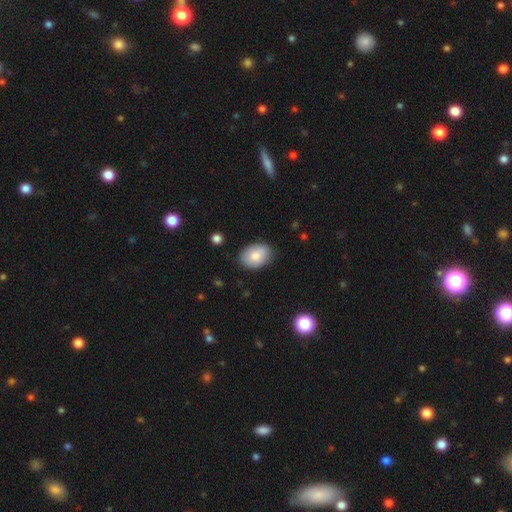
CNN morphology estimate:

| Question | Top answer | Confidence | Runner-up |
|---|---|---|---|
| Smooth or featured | smooth | 83% | featured or disk (10%) |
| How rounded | in between | 82% | round (17%) |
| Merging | none | 83% | minor disturbance (13%) |